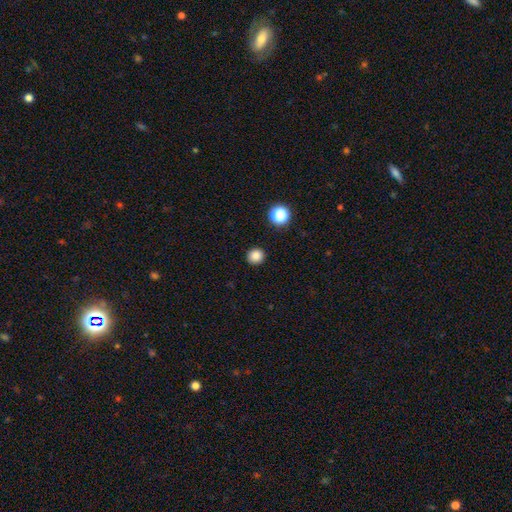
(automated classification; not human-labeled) Smooth or featured: smooth — 84% (star or artifact — 12%)
How rounded: round — 93% (in between — 7%)
Merging: none — 92% (minor disturbance — 5%)